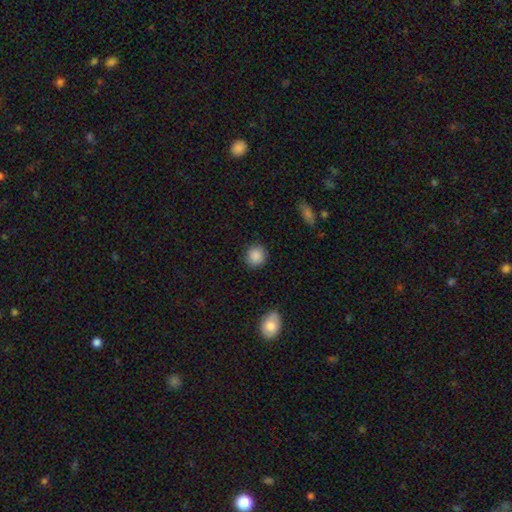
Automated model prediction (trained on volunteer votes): This appears to be a smooth galaxy with no disk features (88%) that is round (87%). Merging: none (88%).